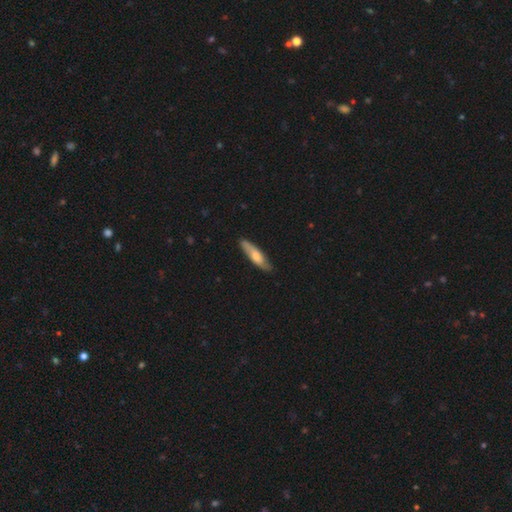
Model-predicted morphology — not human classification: Overall: smooth (56%; featured or disk 39%). How rounded: cigar-shaped (70%). Merging: none (83%).